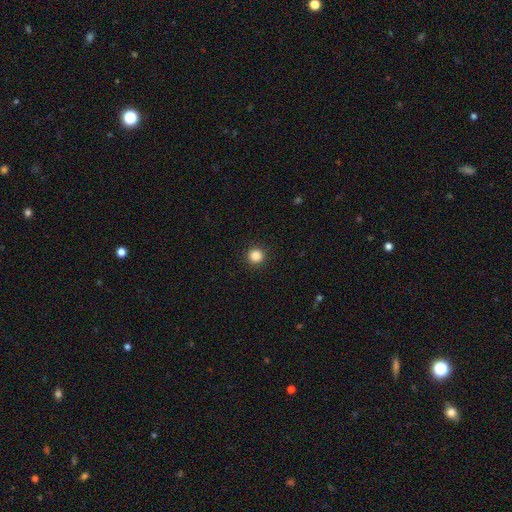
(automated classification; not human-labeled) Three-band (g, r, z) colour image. It shows a smooth galaxy with no disk features (86%) that is round (96%). Merging: none (93%).